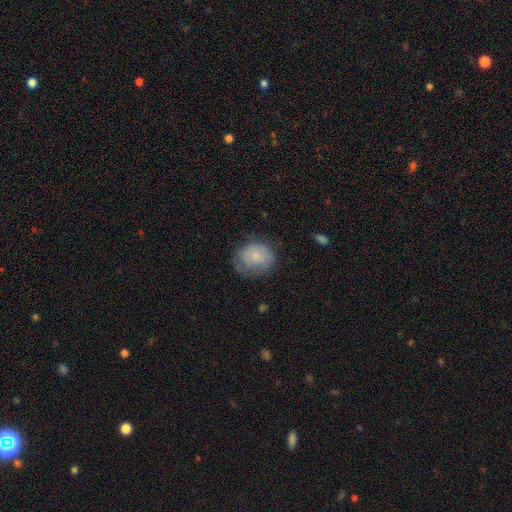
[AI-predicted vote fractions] Smooth or featured? smooth (72%)
How rounded? round (64%)
Merging? none (55%)